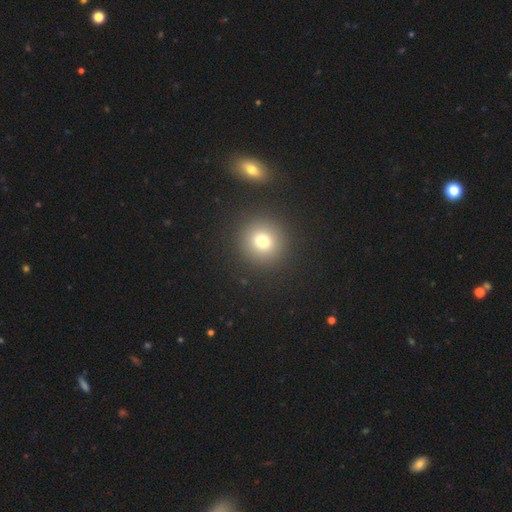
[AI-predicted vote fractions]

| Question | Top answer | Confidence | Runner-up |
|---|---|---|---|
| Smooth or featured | smooth | 61% | star or artifact (30%) |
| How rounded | round | 92% | in between (7%) |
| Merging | none | 88% | minor disturbance (5%) |